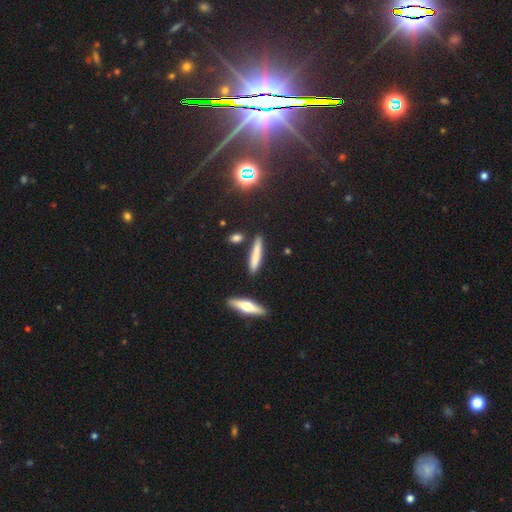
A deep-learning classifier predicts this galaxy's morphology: Q: Smooth or featured?
A: smooth (70%); runner-up: featured or disk (22%)
Q: How rounded?
A: cigar-shaped (90%); runner-up: in between (8%)
Q: Merging?
A: none (85%); runner-up: minor disturbance (9%)